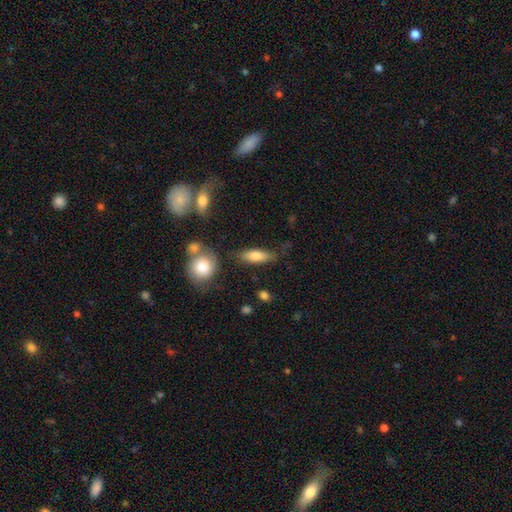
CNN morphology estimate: Q: Smooth or featured?
A: smooth (75%); runner-up: featured or disk (18%)
Q: How rounded?
A: in between (60%); runner-up: cigar-shaped (37%)
Q: Merging?
A: none (73%); runner-up: minor disturbance (17%)